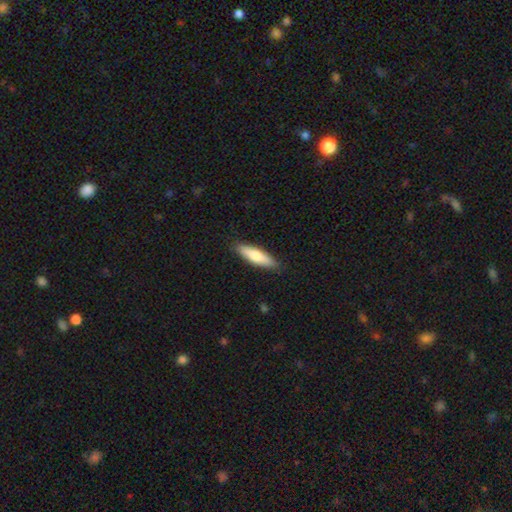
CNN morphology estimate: A smooth galaxy with no disk features (72%) that is cigar-shaped (64%).

Vote fractions:
- Smooth or featured? smooth: 72% / featured or disk: 22% / star or artifact: 5%
- How rounded? cigar-shaped: 64% / in between: 34% / round: 2%
- Merging? none: 88% / minor disturbance: 9% / major disturbance: 2% / merger: 1%